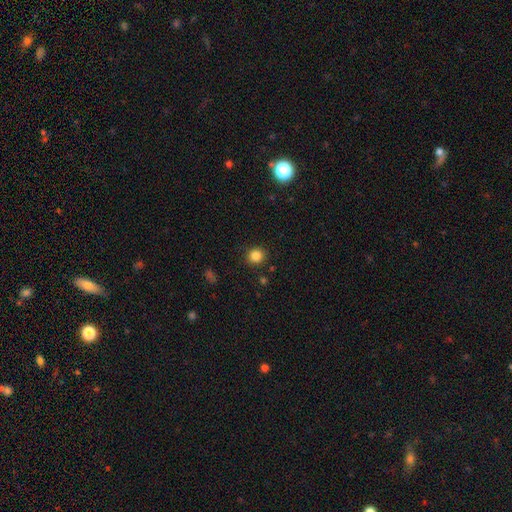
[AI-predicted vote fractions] Q: Smooth or featured?
A: smooth (85%); runner-up: star or artifact (11%)
Q: How rounded?
A: round (89%); runner-up: in between (10%)
Q: Merging?
A: none (89%); runner-up: minor disturbance (7%)